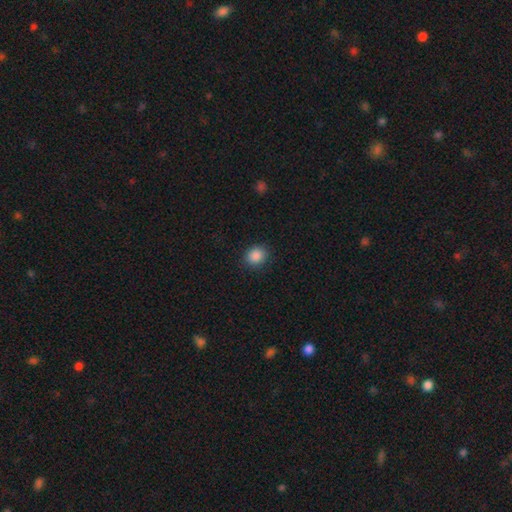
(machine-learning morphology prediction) This appears to be a smooth galaxy with no disk features (87%) that is round (70%). Merging: none (89%).